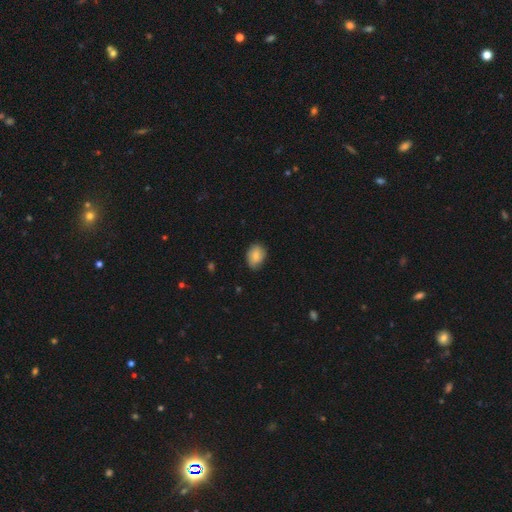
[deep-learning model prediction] Smooth or featured: smooth — 83% (featured or disk — 10%)
How rounded: in between — 73% (round — 26%)
Merging: none — 78% (minor disturbance — 19%)